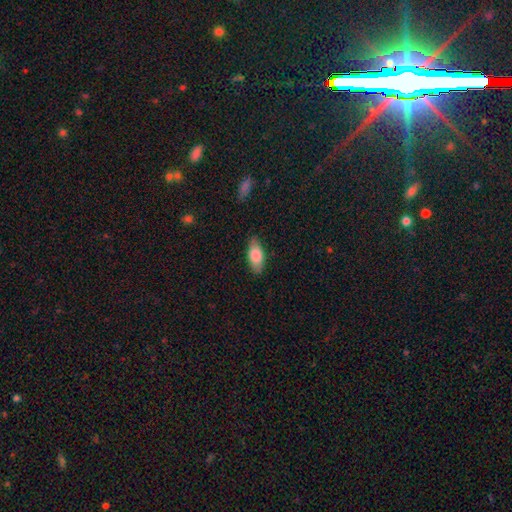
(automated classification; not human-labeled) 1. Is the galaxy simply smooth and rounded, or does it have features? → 80% smooth, 14% featured or disk, 6% star or artifact.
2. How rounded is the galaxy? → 85% in between, 12% cigar-shaped, 3% round.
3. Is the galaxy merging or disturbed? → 84% none, 12% minor disturbance, 3% major disturbance, 1% merger.